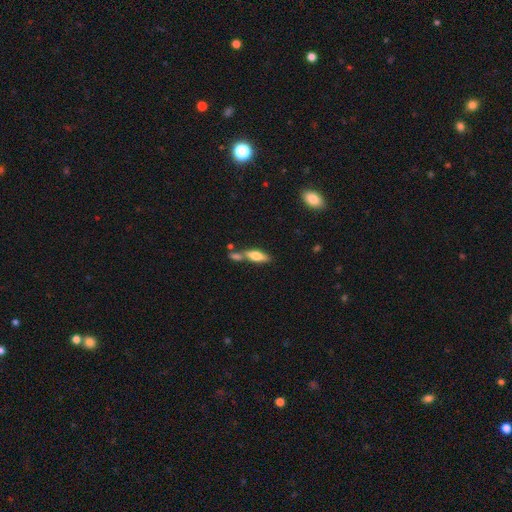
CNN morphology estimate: smooth_or_featured: smooth (p=0.64) [alt: featured or disk p=0.29]
how_rounded: in between (p=0.57) [alt: cigar-shaped p=0.40]
merging: none (p=0.45) [alt: merger p=0.35]